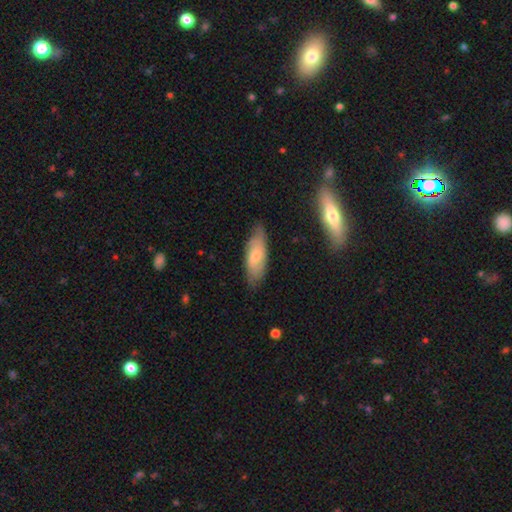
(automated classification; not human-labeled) This appears to be a smooth galaxy with no disk features (65%) that is in between round and cigar-shaped (69%). Merging: none (74%).